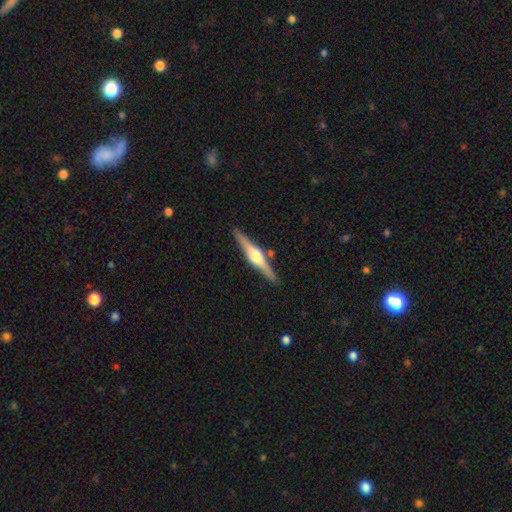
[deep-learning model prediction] Q: Smooth or featured?
A: featured or disk (76%); runner-up: smooth (20%)
Q: Edge-on disk?
A: yes (98%); runner-up: no (2%)
Q: Edge-on bulge?
A: rounded (90%); runner-up: boxy (7%)
Q: Merging?
A: none (89%); runner-up: minor disturbance (8%)